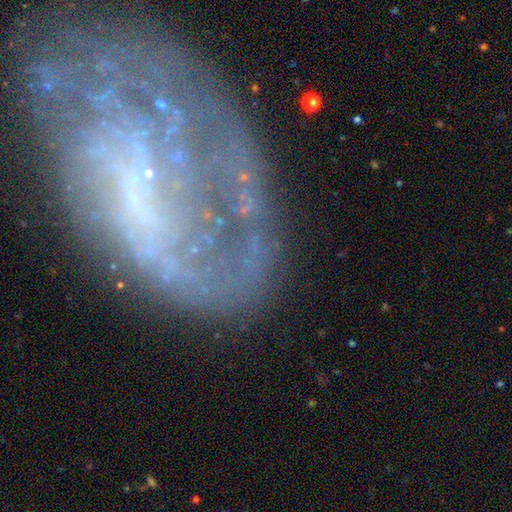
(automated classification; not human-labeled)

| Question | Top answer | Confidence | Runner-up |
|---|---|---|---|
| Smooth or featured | featured or disk | 61% | star or artifact (23%) |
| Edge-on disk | no | 89% | yes (11%) |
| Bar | no | 57% | weak (23%) |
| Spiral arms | yes | 53% | no (47%) |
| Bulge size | small | 35% | moderate (30%) |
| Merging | none | 65% | minor disturbance (16%) |